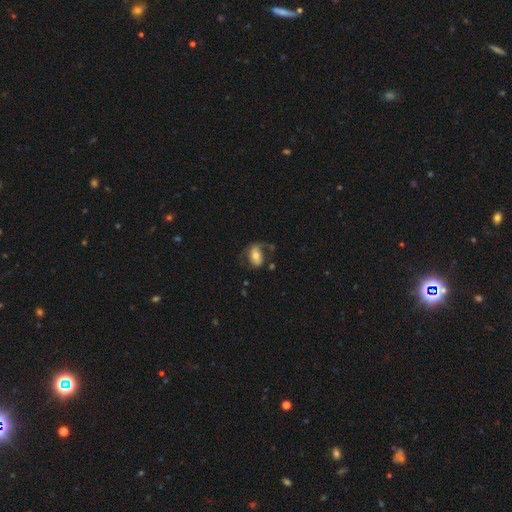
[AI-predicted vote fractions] The model was most divided on "smooth or featured": featured or disk: 52%, smooth: 40%, star or artifact: 8%. Remaining: edge-on disk — no (94%); merging — none (45%).